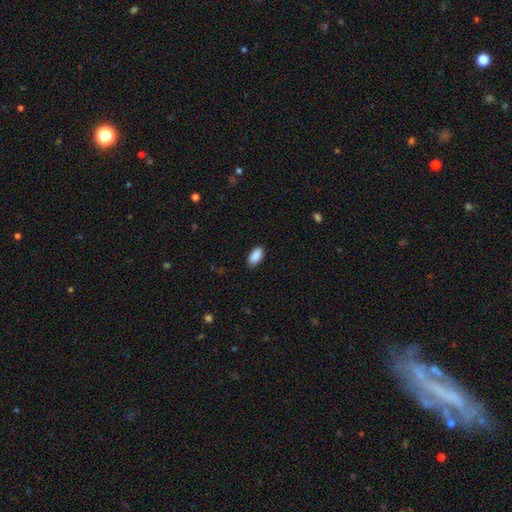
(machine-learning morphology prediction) A smooth galaxy with no disk features (90%) that is in between round and cigar-shaped (93%).

Vote fractions:
- Smooth or featured? smooth: 90% / star or artifact: 7% / featured or disk: 3%
- How rounded? in between: 93% / cigar-shaped: 5% / round: 2%
- Merging? none: 88% / minor disturbance: 9% / major disturbance: 2% / merger: 1%